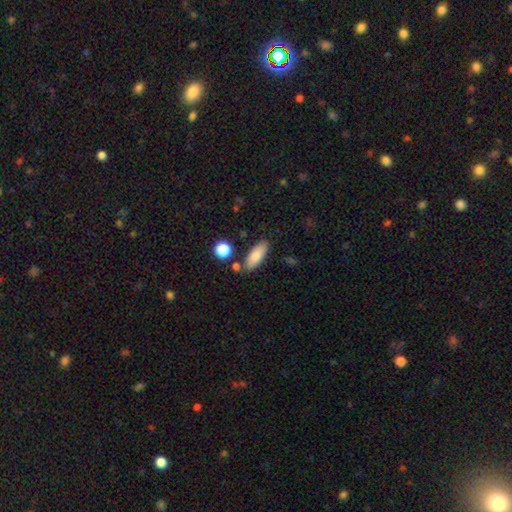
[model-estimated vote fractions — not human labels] smooth-or-featured: smooth: 80% | featured or disk: 13% | star or artifact: 7%
  how-rounded: in between: 78% | cigar-shaped: 19% | round: 3%
  merging: none: 78% | minor disturbance: 12% | merger: 7% | major disturbance: 3%